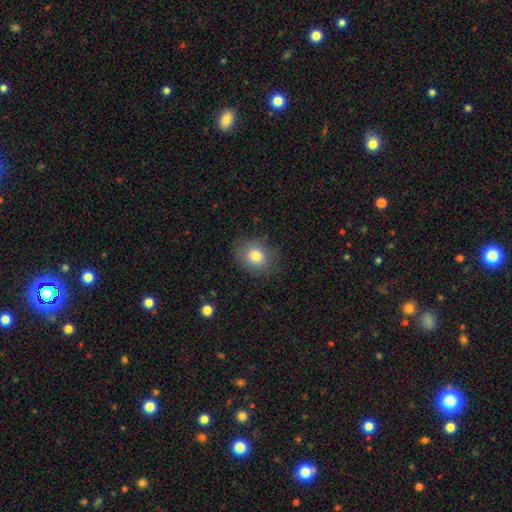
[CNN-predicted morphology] smooth-or-featured: smooth: 80% | star or artifact: 10% | featured or disk: 10%
  how-rounded: round: 66% | in between: 33% | cigar-shaped: 1%
  merging: none: 83% | minor disturbance: 12% | major disturbance: 4% | merger: 1%